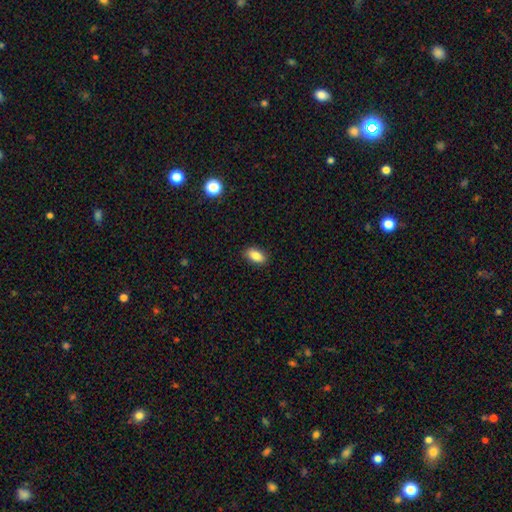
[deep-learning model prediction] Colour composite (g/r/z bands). It shows a smooth galaxy with no disk features (85%) that is in between round and cigar-shaped (91%). Merging: none (89%).